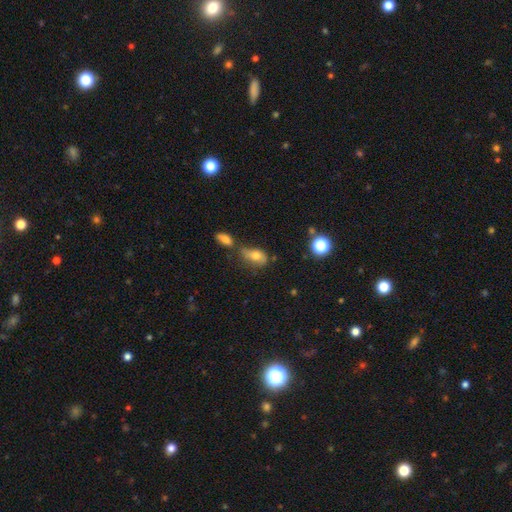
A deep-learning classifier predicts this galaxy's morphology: smooth 68%, featured or disk 19%, star or artifact 12%. Down the decision tree: how rounded — in between (84%); merging — none (37%).